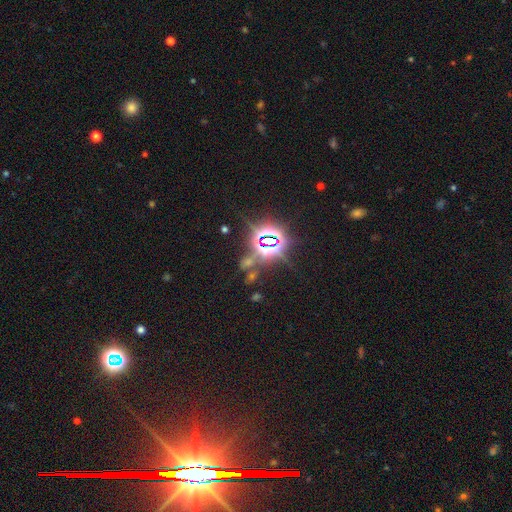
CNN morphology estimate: This is clearly a star or artifact rather than a galaxy (83%).